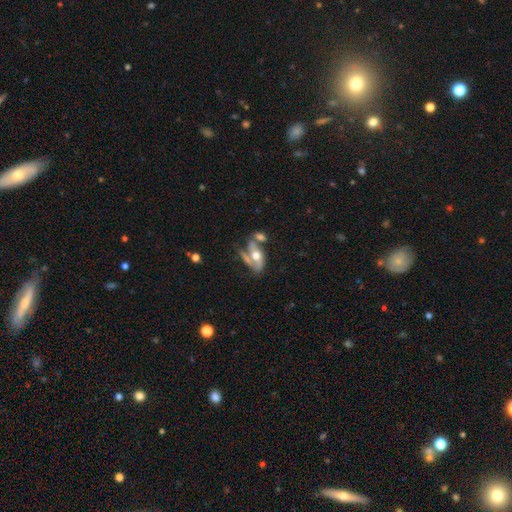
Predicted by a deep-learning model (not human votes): featured or disk 58%, smooth 34%, star or artifact 8%. Down the decision tree: edge-on disk — no (83%); merging — merger (45%).